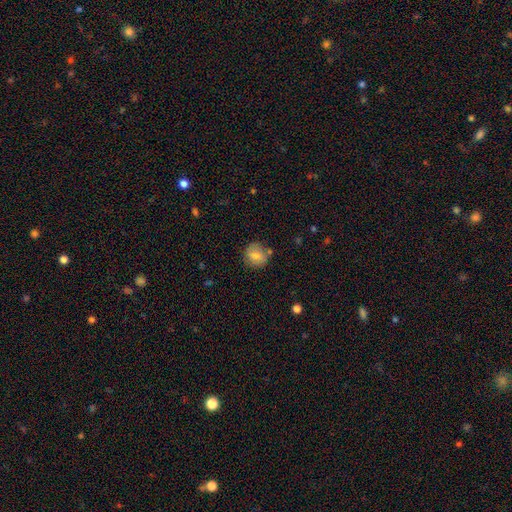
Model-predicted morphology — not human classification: smooth_or_featured: smooth (p=0.79) [alt: featured or disk p=0.12]
how_rounded: round (p=0.79) [alt: in between p=0.20]
merging: none (p=0.73) [alt: minor disturbance p=0.17]